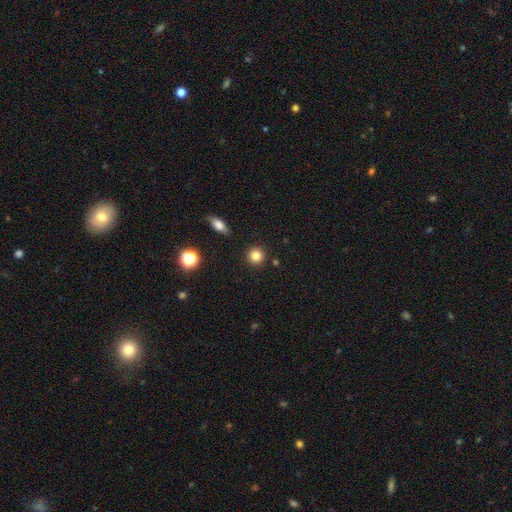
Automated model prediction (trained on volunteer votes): Overall: smooth (82%). How rounded: round (94%). Merging: none (91%).